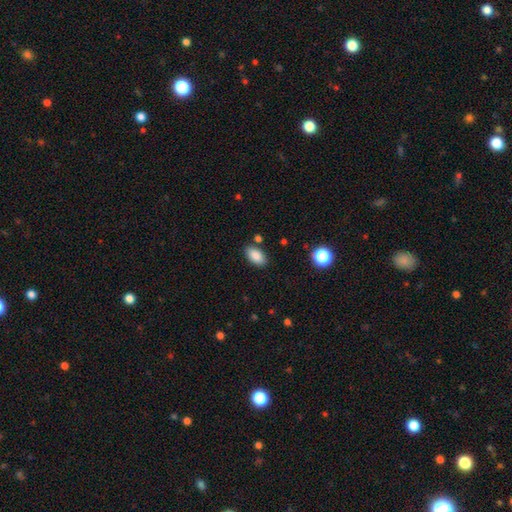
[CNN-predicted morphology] The model was most divided on "merging": none: 85%, minor disturbance: 10%, merger: 3%, major disturbance: 2%. More confident: how rounded — in between (92%); smooth or featured — smooth (87%).